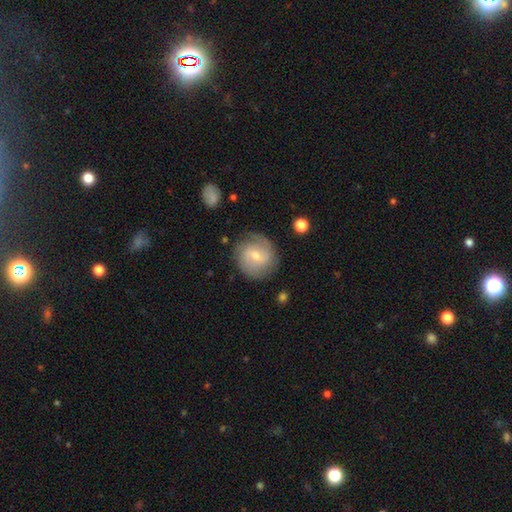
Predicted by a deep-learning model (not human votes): smooth_or_featured: featured or disk (p=0.68) [alt: smooth p=0.25]
disk_edge_on: no (p=0.97) [alt: yes p=0.03]
bar: weak (p=0.54) [alt: no p=0.32]
has_spiral_arms: yes (p=0.89) [alt: no p=0.11]
spiral_winding: tight (p=0.47) [alt: medium p=0.38]
spiral_arm_count: 2 (p=0.61) [alt: can't tell p=0.22]
bulge_size: small (p=0.49) [alt: moderate p=0.47]
merging: none (p=0.78) [alt: minor disturbance p=0.15]